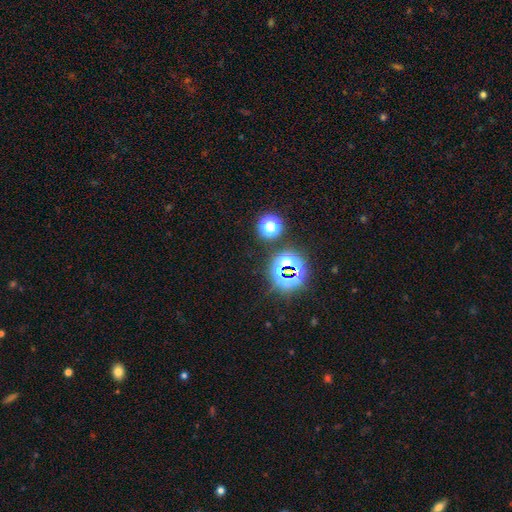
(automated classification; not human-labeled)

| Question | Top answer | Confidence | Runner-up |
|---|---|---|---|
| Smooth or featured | star or artifact | 76% | smooth (16%) |